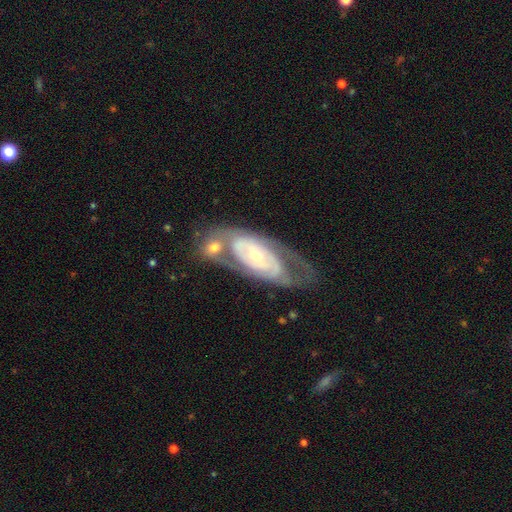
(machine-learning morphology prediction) Smooth or featured: featured or disk — 81% (smooth — 14%)
Edge-on disk: no — 92% (yes — 8%)
Bar: no — 64% (weak — 25%)
Spiral arms: yes — 80% (no — 20%)
Spiral winding: tight — 59% (medium — 30%)
Spiral arm count: 2 — 52% (can't tell — 33%)
Bulge size: small — 50% (moderate — 45%)
Merging: none — 41% (merger — 26%)